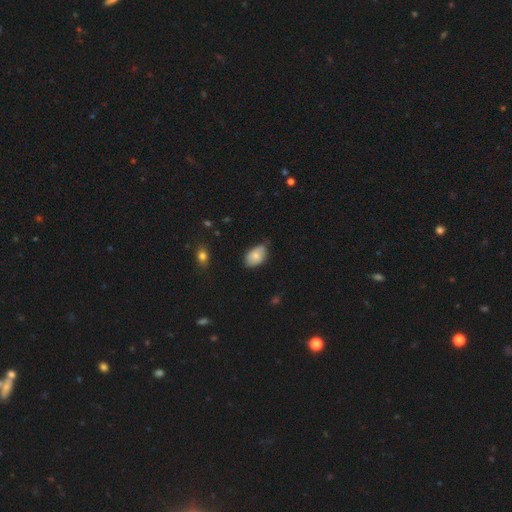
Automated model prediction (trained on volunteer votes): Morphology: type=smooth (77%); roundness=in between (90%); merging=none (58%).